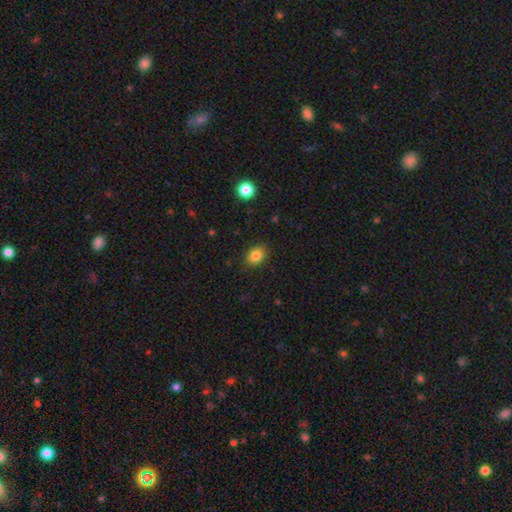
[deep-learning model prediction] This is clearly a smooth galaxy (84%). How rounded: possibly in between (57%). Merging: clearly none (86%).